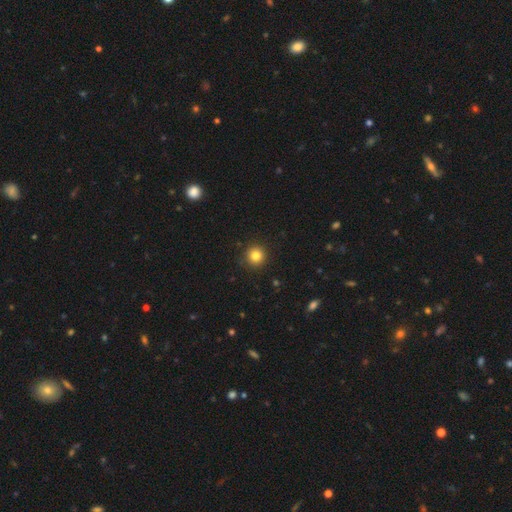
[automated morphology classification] This is clearly a smooth galaxy (82%). How rounded: clearly round (95%). Merging: clearly none (92%).